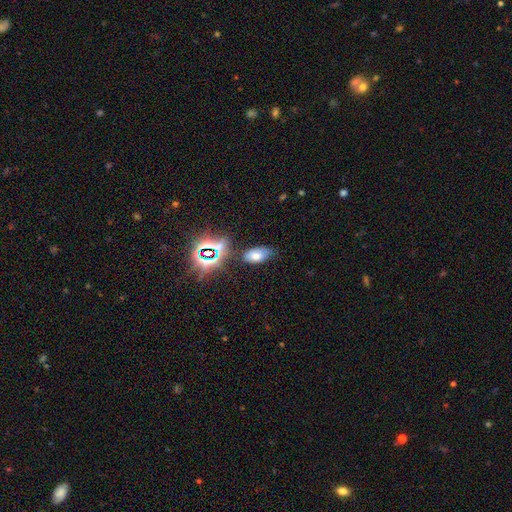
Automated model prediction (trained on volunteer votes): Smooth or featured: smooth — 61% (star or artifact — 25%)
How rounded: in between — 92% (round — 5%)
Merging: none — 72% (minor disturbance — 19%)